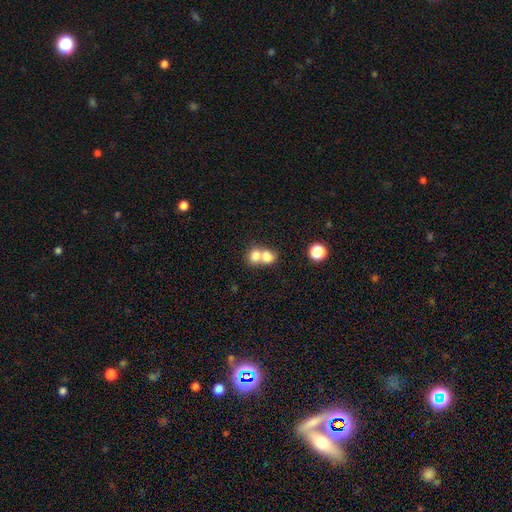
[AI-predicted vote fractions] smooth-or-featured: smooth: 76% | featured or disk: 14% | star or artifact: 10%
  how-rounded: round: 57% | in between: 42% | cigar-shaped: 1%
  merging: merger: 68% | none: 24% | minor disturbance: 5% | major disturbance: 3%